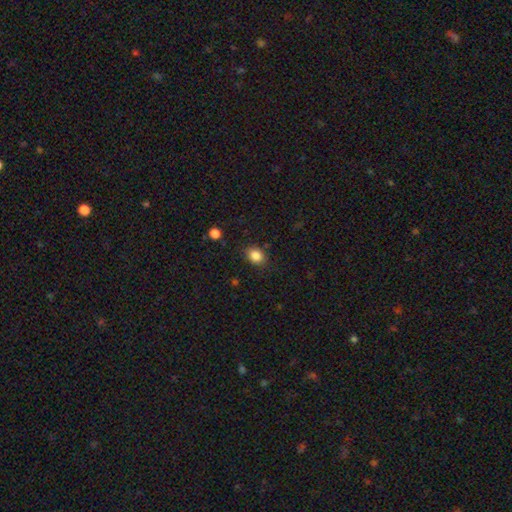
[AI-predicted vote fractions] A smooth galaxy with no disk features (85%) that is round (52%). Merging: none (83%).